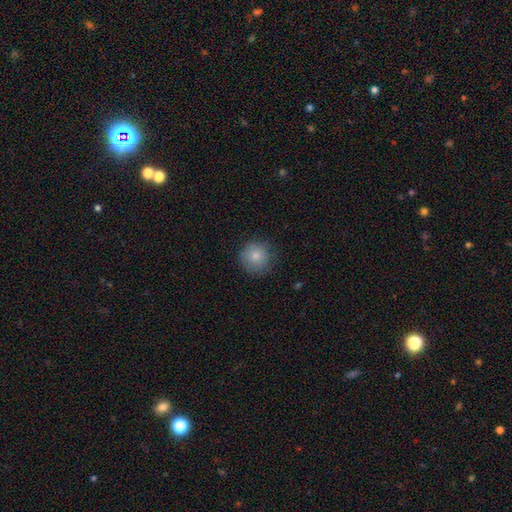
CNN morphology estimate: This is clearly a smooth galaxy (82%). How rounded: clearly round (94%). Merging: clearly none (80%).